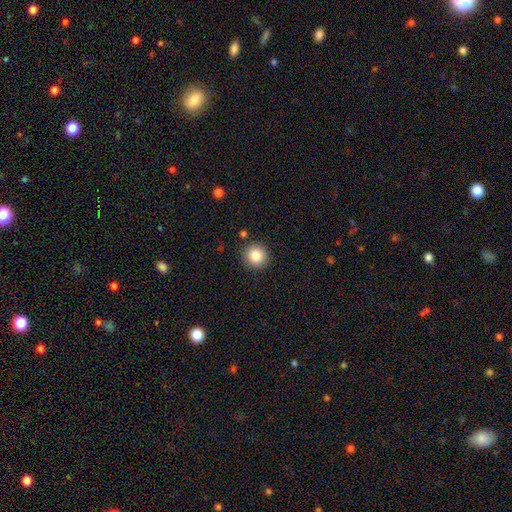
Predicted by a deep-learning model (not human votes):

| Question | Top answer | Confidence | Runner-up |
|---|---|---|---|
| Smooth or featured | smooth | 85% | star or artifact (10%) |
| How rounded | round | 94% | in between (5%) |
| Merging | none | 89% | minor disturbance (7%) |